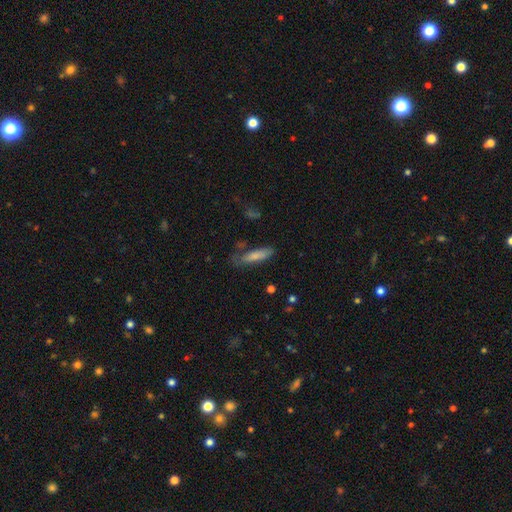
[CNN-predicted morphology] A smooth galaxy with no disk features (75%) that is cigar-shaped (66%).

Vote fractions:
- Smooth or featured? smooth: 75% / featured or disk: 18% / star or artifact: 7%
- How rounded? cigar-shaped: 66% / in between: 33% / round: 2%
- Merging? none: 56% / minor disturbance: 27% / major disturbance: 12% / merger: 5%